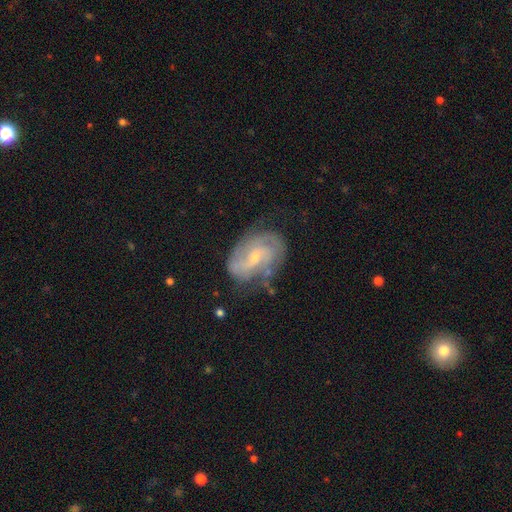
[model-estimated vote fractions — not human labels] Smooth or featured? Predicted: featured or disk (p=0.81). Edge-on disk? Predicted: no (p=0.97). Bar? Predicted: weak (p=0.44, tied with no). Spiral arms? Predicted: yes (p=0.93). Spiral winding? Predicted: medium (p=0.43). Spiral arm count? Predicted: 2 (p=0.49). Bulge size? Predicted: small (p=0.67). Merging? Predicted: none (p=0.65).